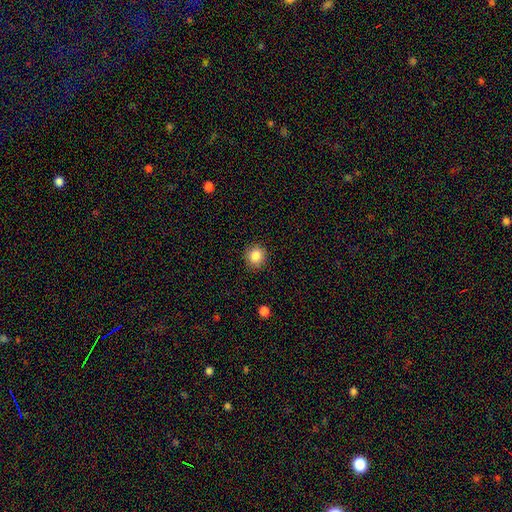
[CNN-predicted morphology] The model was most divided on "smooth or featured": smooth: 85%, star or artifact: 10%, featured or disk: 5%. More confident: merging — none (90%); how rounded — round (89%).